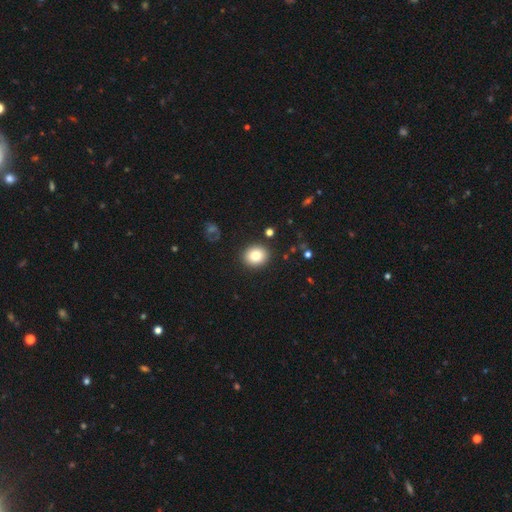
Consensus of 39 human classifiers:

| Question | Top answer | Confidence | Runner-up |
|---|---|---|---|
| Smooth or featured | smooth | 87% | star or artifact (8%) |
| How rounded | round | 76% | in between (24%) |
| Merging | none | 92% | minor disturbance (8%) |